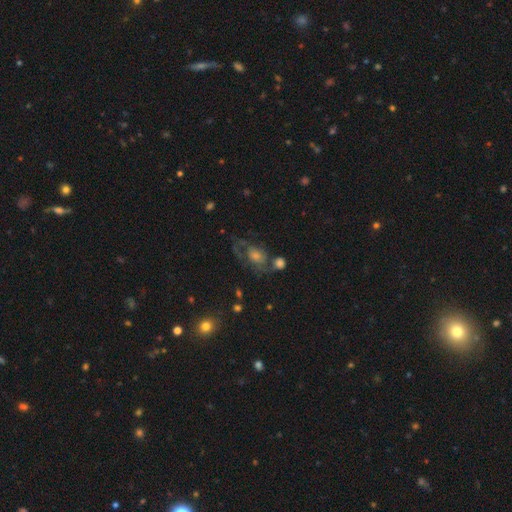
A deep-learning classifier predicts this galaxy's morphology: A featured or disk galaxy (56%) with no bar (78%), spiral arms (69%) and a moderate central bulge (46%).

Vote fractions:
- Smooth or featured? featured or disk: 56% / smooth: 26% / star or artifact: 18%
- Edge-on disk? no: 94% / yes: 6%
- Bar? no: 78% / weak: 18% / strong: 4%
- Spiral arms? yes: 69% / no: 31%
- Bulge size? moderate: 46% / small: 31% / large: 14% / none: 6% / dominant: 3%
- Merging? none: 48% / major disturbance: 22% / minor disturbance: 20% / merger: 10%